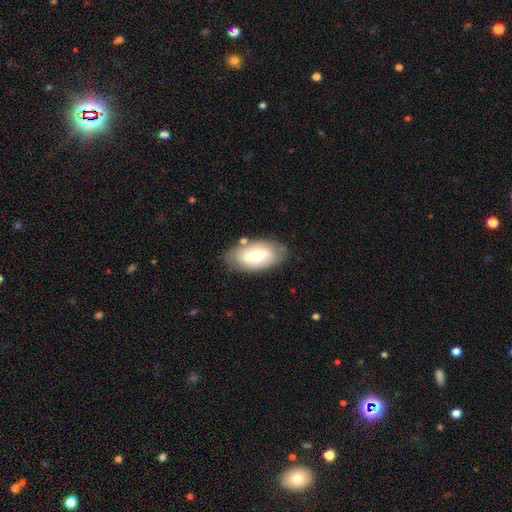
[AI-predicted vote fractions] A smooth galaxy with no disk features (57%) that is in between round and cigar-shaped (92%).

Vote fractions:
- Smooth or featured? smooth: 57% / featured or disk: 36% / star or artifact: 6%
- How rounded? in between: 92% / cigar-shaped: 5% / round: 3%
- Merging? none: 78% / minor disturbance: 15% / major disturbance: 4% / merger: 3%